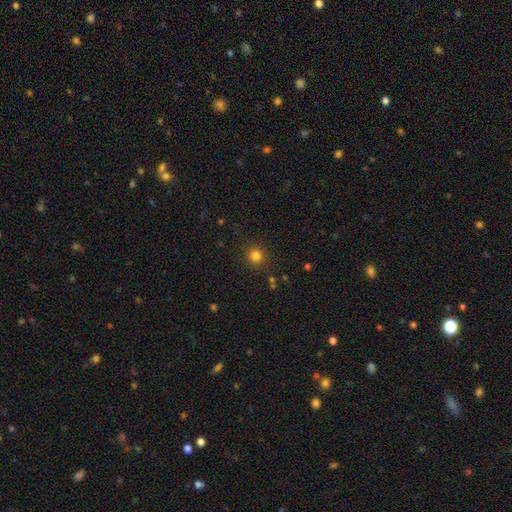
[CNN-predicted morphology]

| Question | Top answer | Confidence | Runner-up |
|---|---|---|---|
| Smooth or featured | smooth | 81% | star or artifact (14%) |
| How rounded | round | 91% | in between (8%) |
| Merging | none | 89% | minor disturbance (6%) |